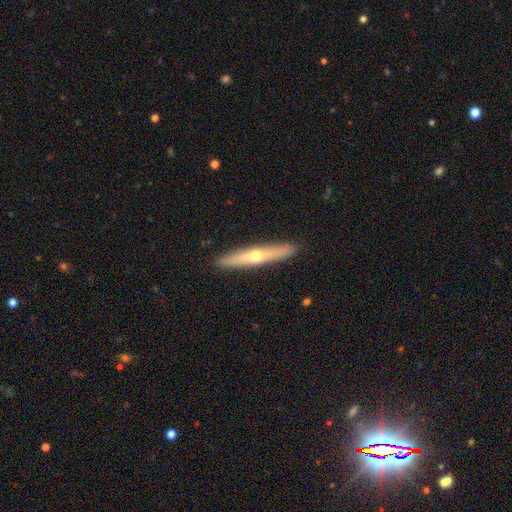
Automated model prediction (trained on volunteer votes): Q: Smooth or featured?
A: featured or disk (55%); runner-up: smooth (39%)
Q: Edge-on disk?
A: yes (91%); runner-up: no (9%)
Q: Edge-on bulge?
A: rounded (86%); runner-up: none (13%)
Q: Merging?
A: none (91%); runner-up: minor disturbance (6%)